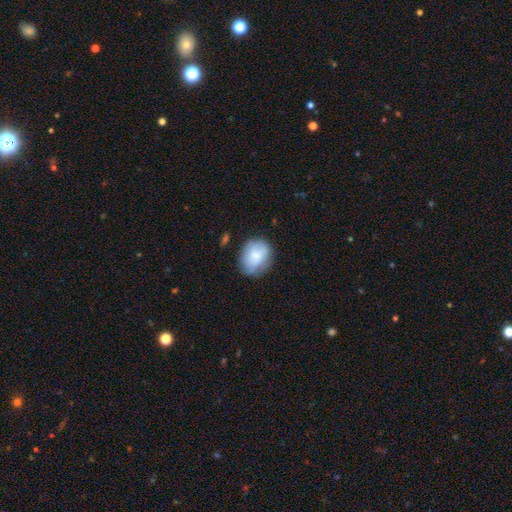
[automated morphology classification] Smooth or featured? smooth (80%)
How rounded? in between (53%)
Merging? none (68%)